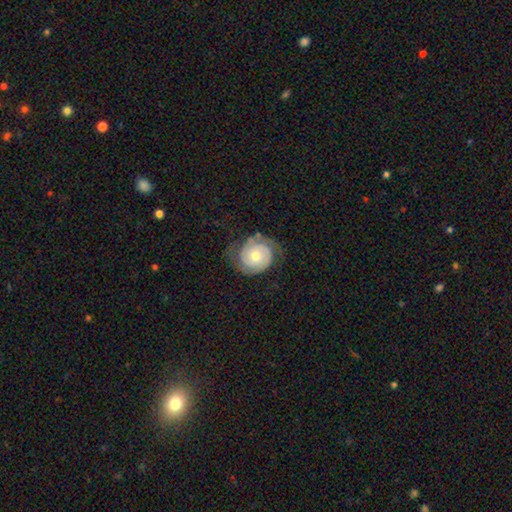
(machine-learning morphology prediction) Smooth or featured?
  - featured or disk: 79% *
  - smooth: 15%
  - star or artifact: 6%
Edge-on disk?
  - no: 98% *
  - yes: 2%
Bar?
  - no: 79% *
  - weak: 17%
  - strong: 4%
Spiral arms?
  - yes: 93% *
  - no: 7%
Spiral winding?
  - tight: 64% *
  - medium: 26%
  - loose: 10%
Spiral arm count?
  - 2: 76% *
  - can't tell: 10%
  - 3: 5%
  - 1: 4%
  - 4: 2%
  - more than 4: 2%
Bulge size?
  - moderate: 63% *
  - small: 31%
  - large: 3%
  - none: 1%
  - dominant: 1%
Merging?
  - none: 69% *
  - minor disturbance: 18%
  - major disturbance: 11%
  - merger: 1%